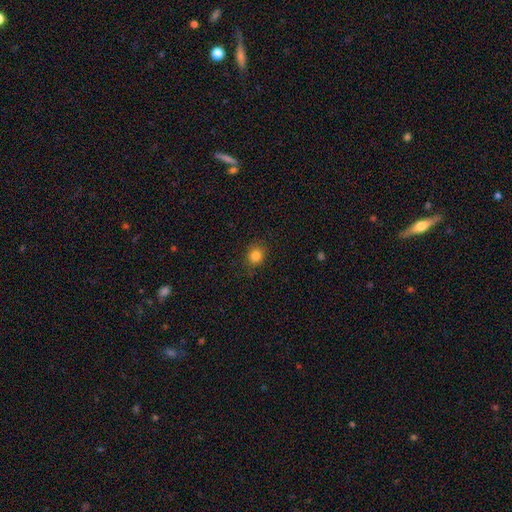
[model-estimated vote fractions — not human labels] smooth_or_featured: smooth (p=0.84) [alt: star or artifact p=0.11]
how_rounded: round (p=0.80) [alt: in between p=0.19]
merging: none (p=0.87) [alt: minor disturbance p=0.09]